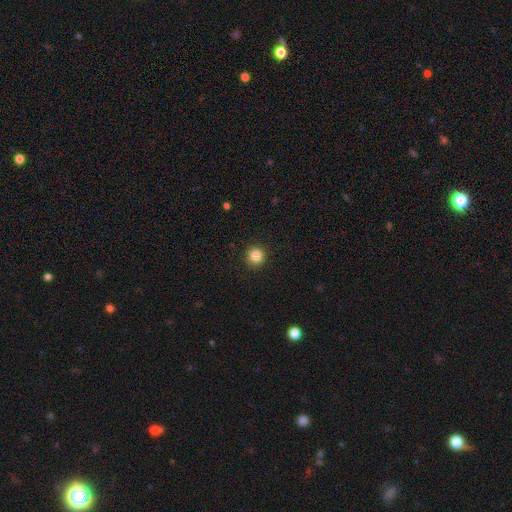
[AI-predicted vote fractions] A smooth galaxy with no disk features (85%) that is round (95%).

Vote fractions:
- Smooth or featured? smooth: 85% / star or artifact: 11% / featured or disk: 4%
- How rounded? round: 95% / in between: 4% / cigar-shaped: 1%
- Merging? none: 92% / minor disturbance: 5% / major disturbance: 2% / merger: 1%